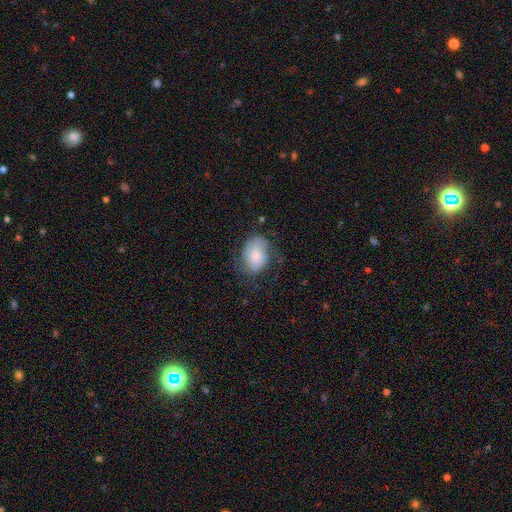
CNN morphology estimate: smooth-or-featured: smooth: 58% | featured or disk: 35% | star or artifact: 7%
  how-rounded: in between: 78% | round: 21% | cigar-shaped: 1%
  merging: none: 51% | minor disturbance: 28% | major disturbance: 19% | merger: 2%